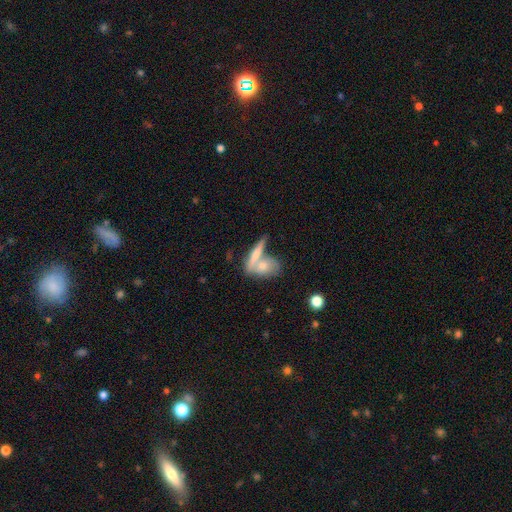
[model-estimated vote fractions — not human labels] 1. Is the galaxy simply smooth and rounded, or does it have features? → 53% smooth, 39% featured or disk, 8% star or artifact.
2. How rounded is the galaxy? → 45% cigar-shaped (tied), 45% in between (tied), 10% round.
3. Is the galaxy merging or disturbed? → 47% merger, 40% none, 9% minor disturbance, 4% major disturbance.